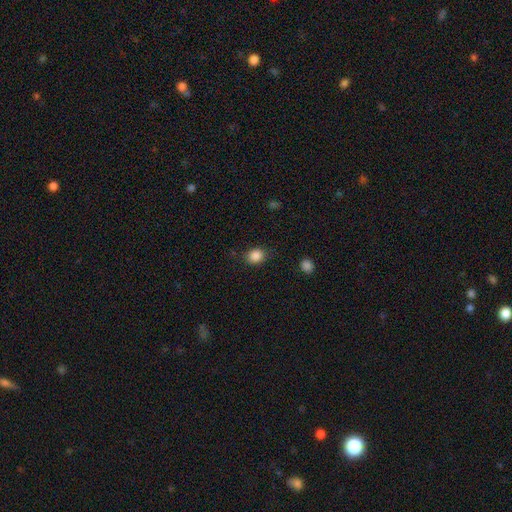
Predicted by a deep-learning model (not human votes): smooth 86%, star or artifact 10%, featured or disk 4%. Down the decision tree: how rounded — round (59%); merging — none (81%).